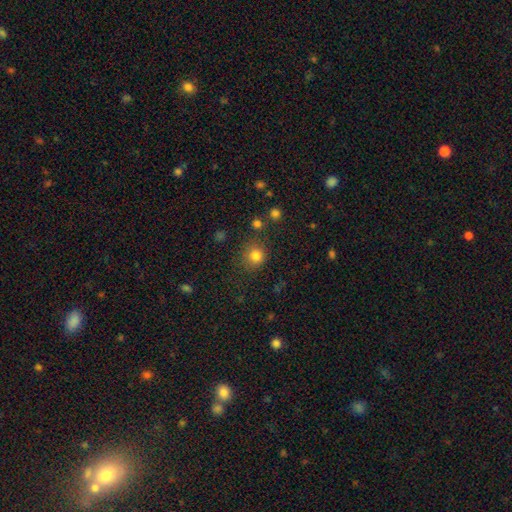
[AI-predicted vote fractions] This appears to be a smooth galaxy with no disk features (81%) that is round (86%). Merging: none (80%).